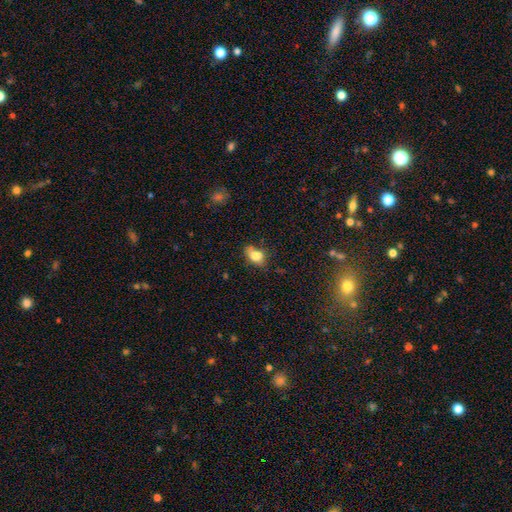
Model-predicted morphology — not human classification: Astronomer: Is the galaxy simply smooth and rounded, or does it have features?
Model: smooth — 77%.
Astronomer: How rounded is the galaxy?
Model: in between — 77%.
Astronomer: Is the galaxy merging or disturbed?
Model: none — 44% (runner-up: minor disturbance, 27%).